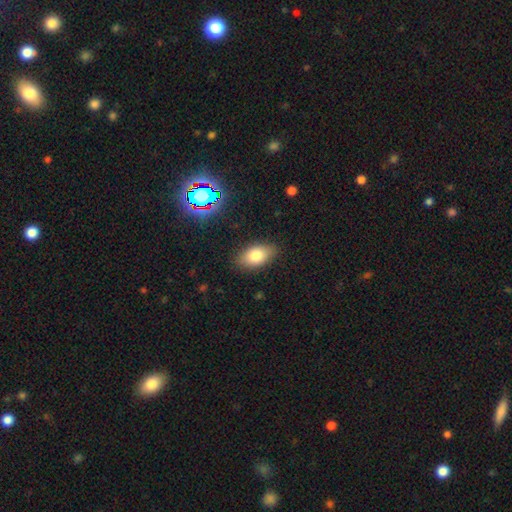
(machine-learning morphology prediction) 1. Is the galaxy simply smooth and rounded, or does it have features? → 79% smooth, 11% featured or disk, 9% star or artifact.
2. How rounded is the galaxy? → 90% in between, 7% round, 3% cigar-shaped.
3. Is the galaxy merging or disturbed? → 84% none, 12% minor disturbance, 3% major disturbance, 1% merger.